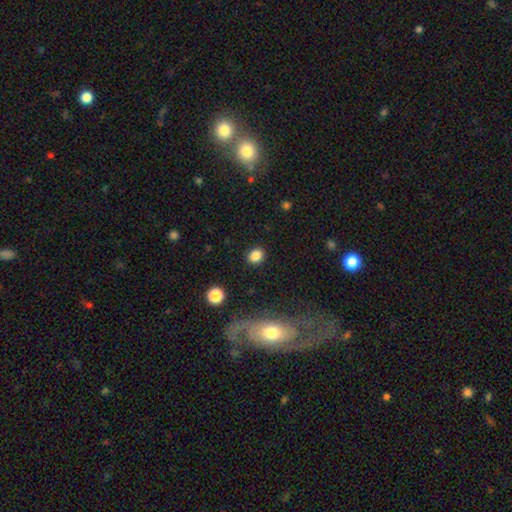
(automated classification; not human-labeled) Smooth or featured? smooth (84%)
How rounded? round (53%)
Merging? none (89%)